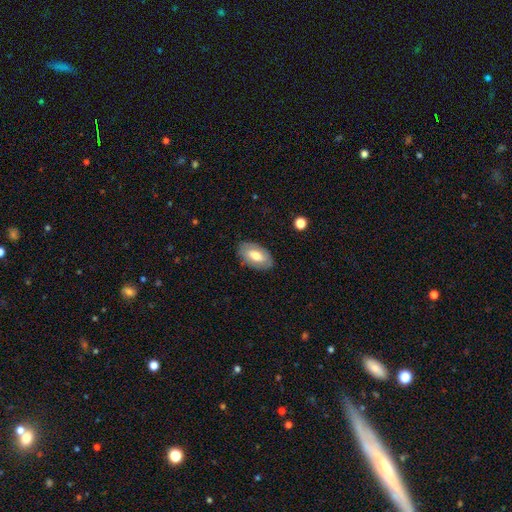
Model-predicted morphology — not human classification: type=smooth (58%); roundness=in between (94%); merging=none (83%).